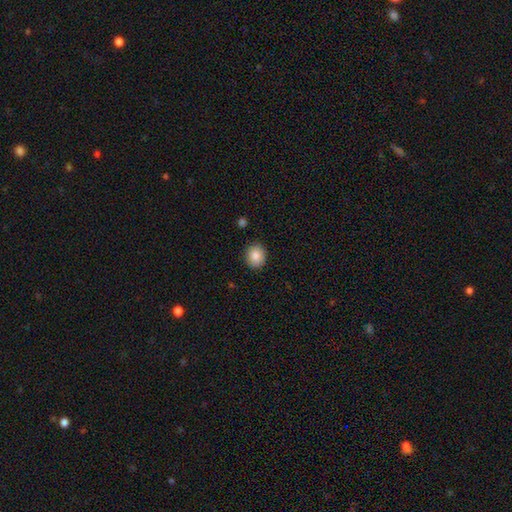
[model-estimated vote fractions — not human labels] smooth-or-featured: smooth: 87% | star or artifact: 8% | featured or disk: 5%
  how-rounded: round: 70% | in between: 29% | cigar-shaped: 1%
  merging: none: 90% | minor disturbance: 7% | major disturbance: 2% | merger: 1%